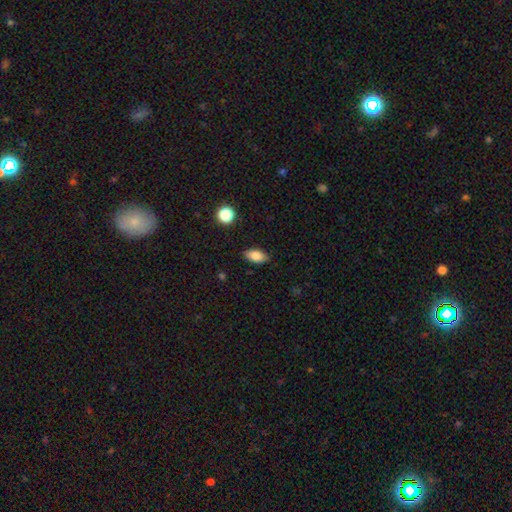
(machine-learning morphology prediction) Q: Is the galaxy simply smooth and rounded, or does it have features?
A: smooth — 83%.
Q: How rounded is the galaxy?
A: in between — 90%.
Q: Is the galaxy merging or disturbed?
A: none — 86%.